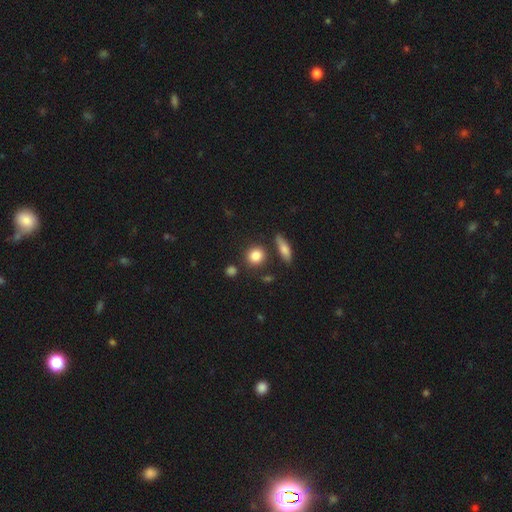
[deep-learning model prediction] smooth 84%, star or artifact 9%, featured or disk 7%. Down the decision tree: how rounded — round (78%); merging — none (80%).